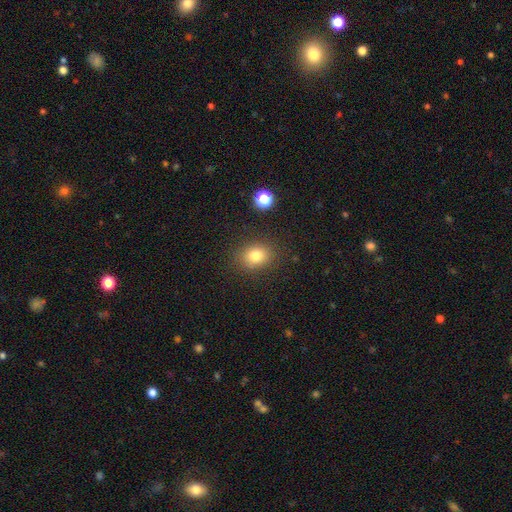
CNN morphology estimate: Overall: smooth (80%). How rounded: in between (55%; round 44%). Merging: none (82%).